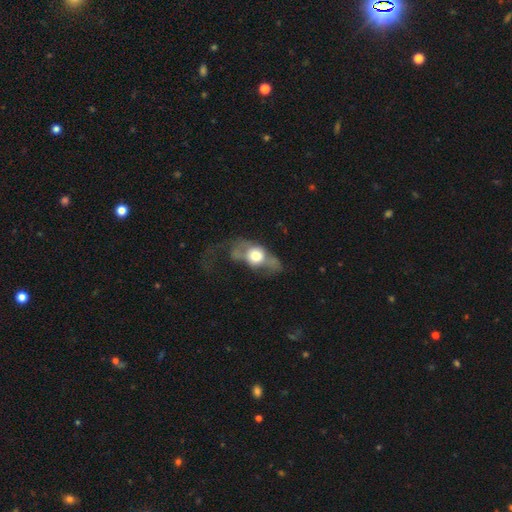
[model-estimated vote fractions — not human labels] Morphology: type=smooth (51%); roundness=in between (54%); merging=major disturbance (55%).